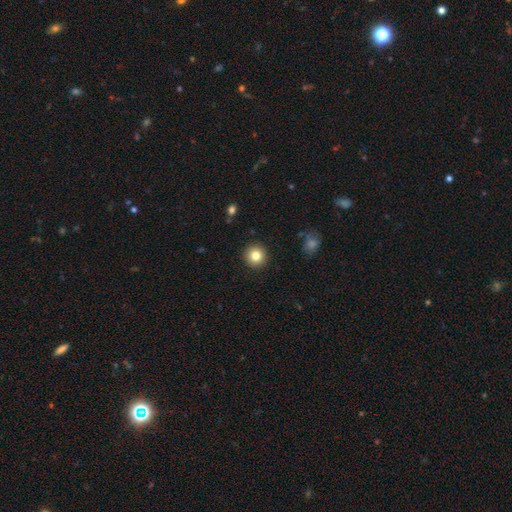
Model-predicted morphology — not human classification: This appears to be a smooth galaxy with no disk features (82%) that is round (94%). Merging: none (92%).